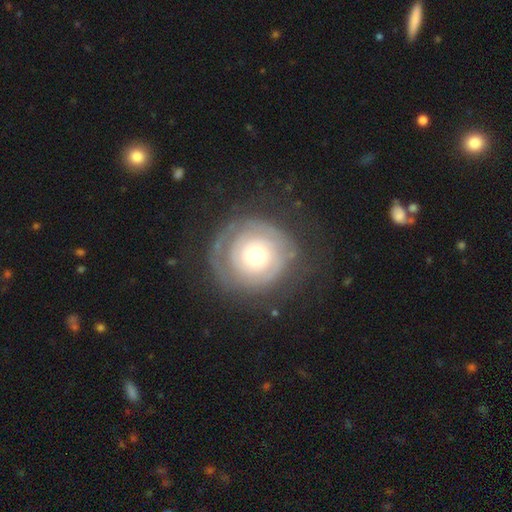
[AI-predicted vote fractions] A featured or disk galaxy (64%) with no bar (87%), spiral arms (73%) and a moderate central bulge (44%).

Vote fractions:
- Smooth or featured? featured or disk: 64% / smooth: 29% / star or artifact: 7%
- Edge-on disk? no: 97% / yes: 3%
- Bar? no: 87% / weak: 10% / strong: 3%
- Spiral arms? yes: 73% / no: 27%
- Bulge size? moderate: 44% / small: 34% / large: 16% / dominant: 4% / none: 2%
- Merging? none: 66% / minor disturbance: 17% / major disturbance: 16% / merger: 2%